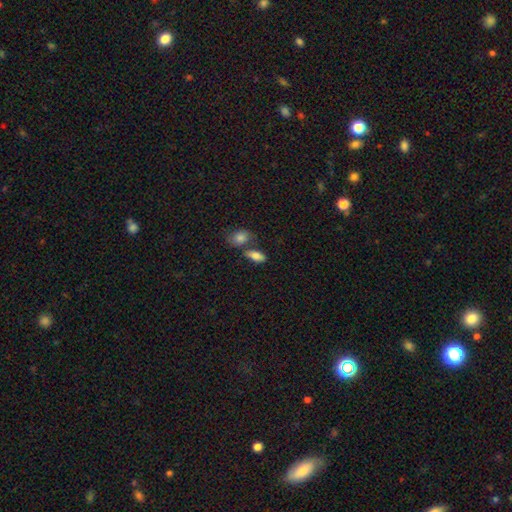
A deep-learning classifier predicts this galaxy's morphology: Overall: smooth (80%). How rounded: in between (85%). Merging: none (56%; merger 25%).